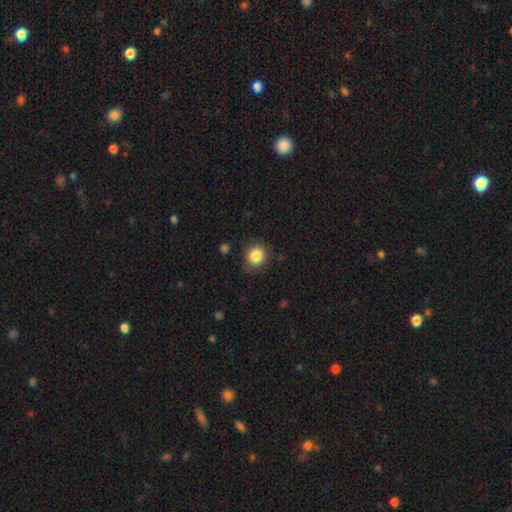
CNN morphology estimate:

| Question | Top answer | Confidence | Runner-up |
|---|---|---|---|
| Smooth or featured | smooth | 85% | star or artifact (10%) |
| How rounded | round | 82% | in between (17%) |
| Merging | none | 80% | minor disturbance (15%) |